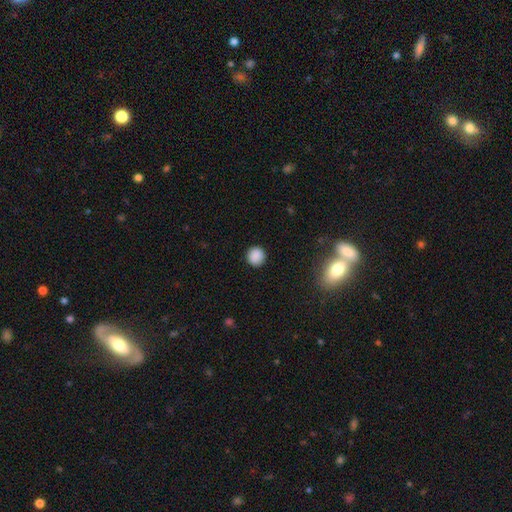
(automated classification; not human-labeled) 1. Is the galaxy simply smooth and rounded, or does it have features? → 87% smooth, 10% star or artifact, 3% featured or disk.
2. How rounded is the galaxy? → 92% round, 7% in between, 1% cigar-shaped.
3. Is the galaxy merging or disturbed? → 90% none, 7% minor disturbance, 2% major disturbance, 1% merger.